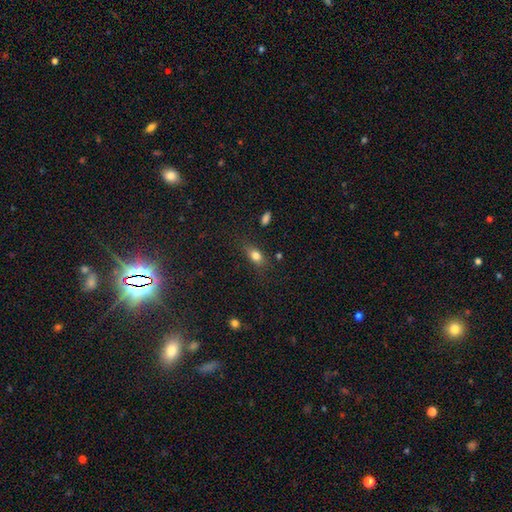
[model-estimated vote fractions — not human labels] Smooth or featured?
  - smooth: 78% *
  - featured or disk: 12%
  - star or artifact: 11%
How rounded?
  - in between: 75% *
  - round: 15%
  - cigar-shaped: 10%
Merging?
  - none: 73% *
  - minor disturbance: 19%
  - major disturbance: 6%
  - merger: 2%